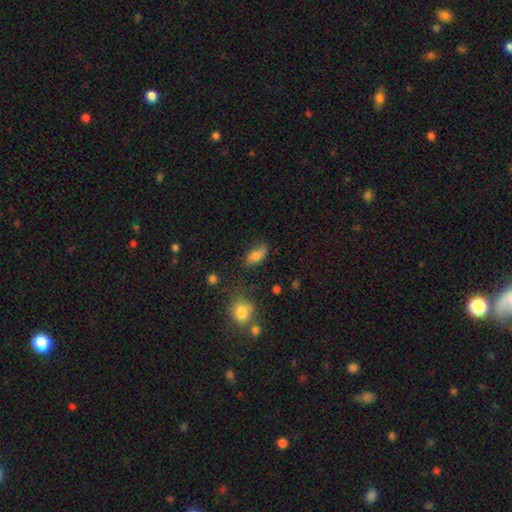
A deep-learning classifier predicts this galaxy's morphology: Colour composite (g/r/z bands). It shows a smooth galaxy with no disk features (73%) that is in between round and cigar-shaped (89%). Merging: none (55%).